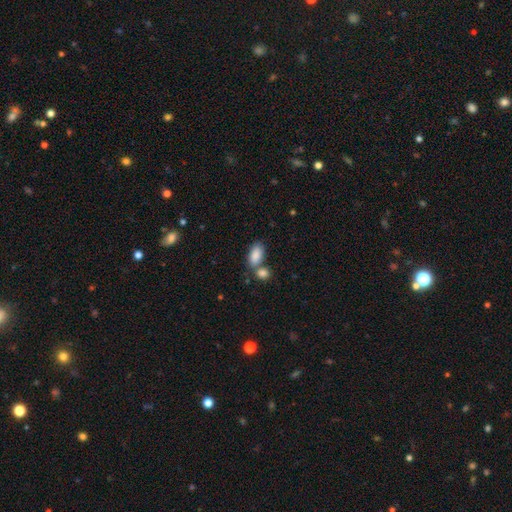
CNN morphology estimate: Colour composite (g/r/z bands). It shows a smooth galaxy with no disk features (87%) that is in between round and cigar-shaped (92%). Merging: none (47%).